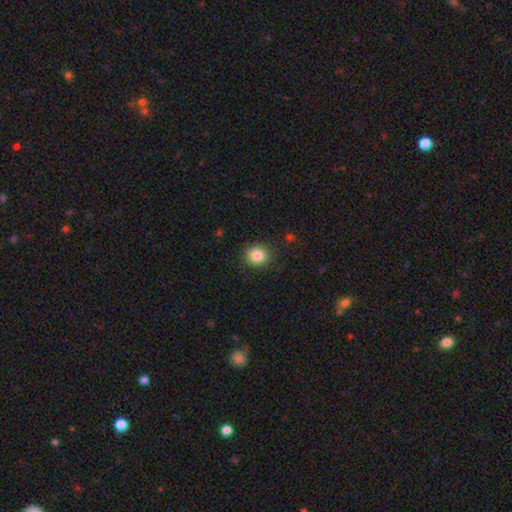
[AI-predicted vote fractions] smooth_or_featured: smooth (p=0.85) [alt: star or artifact p=0.10]
how_rounded: round (p=0.84) [alt: in between p=0.15]
merging: none (p=0.89) [alt: minor disturbance p=0.08]